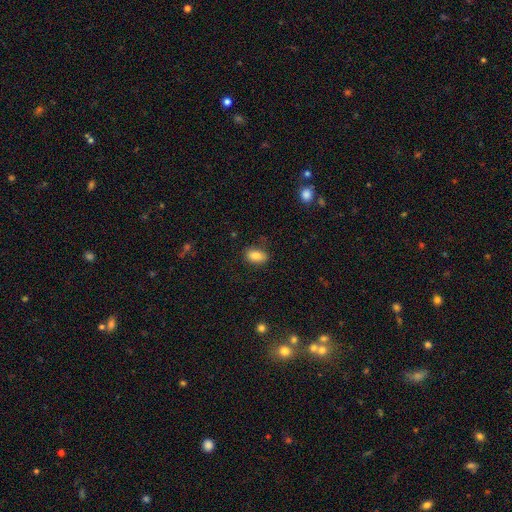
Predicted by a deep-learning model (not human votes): A smooth galaxy with no disk features (85%) that is in between round and cigar-shaped (88%).

Vote fractions:
- Smooth or featured? smooth: 85% / star or artifact: 8% / featured or disk: 7%
- How rounded? in between: 88% / round: 9% / cigar-shaped: 3%
- Merging? none: 80% / minor disturbance: 15% / major disturbance: 4% / merger: 1%